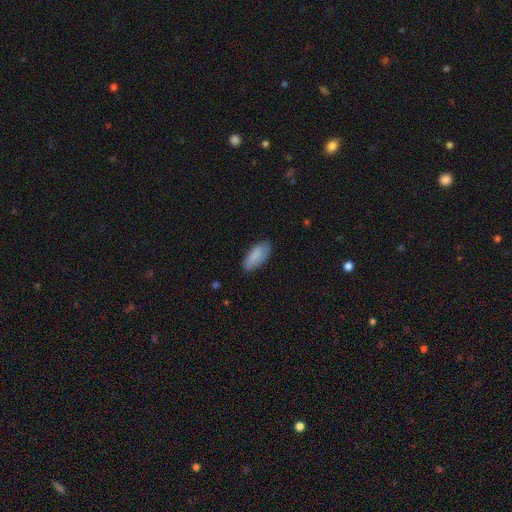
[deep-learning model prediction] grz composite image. It shows a smooth galaxy with no disk features (86%) that is in between round and cigar-shaped (85%). Merging: none (79%).